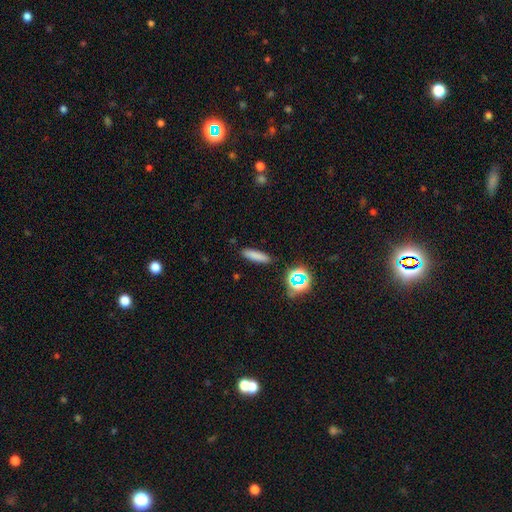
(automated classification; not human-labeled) A smooth galaxy with no disk features (78%) that is cigar-shaped (75%).

Vote fractions:
- Smooth or featured? smooth: 78% / star or artifact: 13% / featured or disk: 8%
- How rounded? cigar-shaped: 75% / in between: 21% / round: 3%
- Merging? none: 88% / minor disturbance: 7% / major disturbance: 2% / merger: 2%